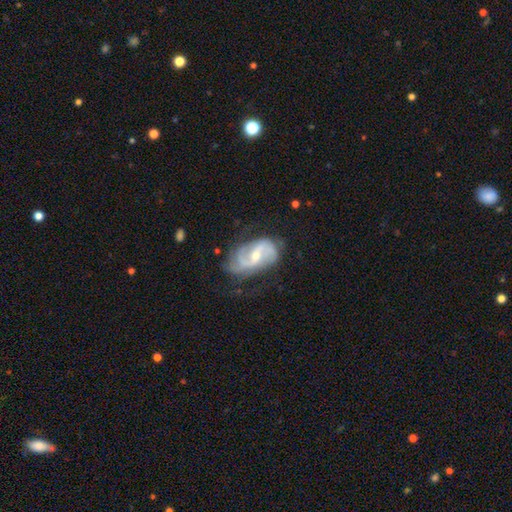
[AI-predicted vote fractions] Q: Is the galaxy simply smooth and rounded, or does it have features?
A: featured or disk — 84%.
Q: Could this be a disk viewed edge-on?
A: no — 97%.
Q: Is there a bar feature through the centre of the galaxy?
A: weak — 48%.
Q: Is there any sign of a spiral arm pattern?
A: yes — 94%.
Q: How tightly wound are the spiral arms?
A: medium — 43%.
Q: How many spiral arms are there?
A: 2 — 77%.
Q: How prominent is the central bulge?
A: small — 52%.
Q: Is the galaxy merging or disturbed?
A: none — 62%.